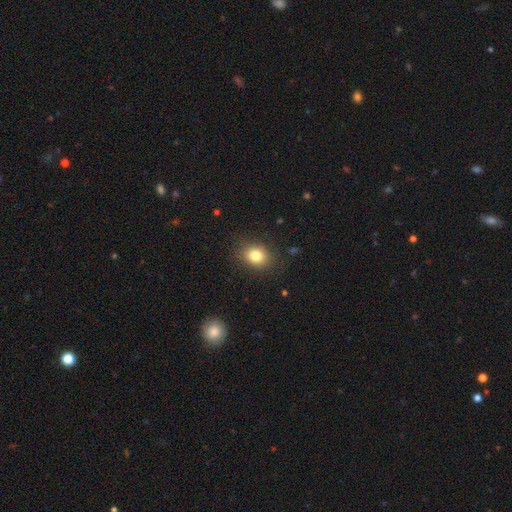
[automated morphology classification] Q: Smooth or featured?
A: smooth (81%); runner-up: star or artifact (11%)
Q: How rounded?
A: round (52%); runner-up: in between (47%)
Q: Merging?
A: none (85%); runner-up: minor disturbance (10%)